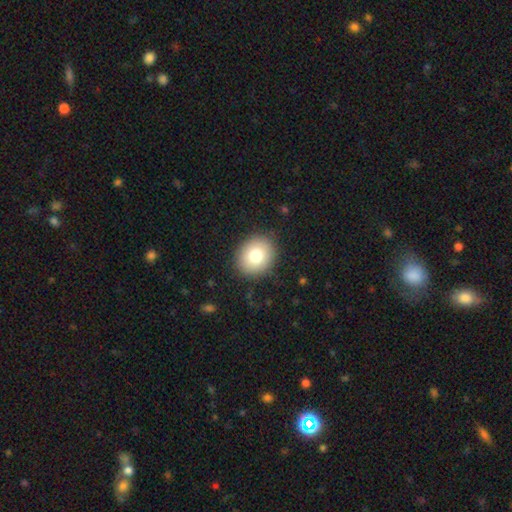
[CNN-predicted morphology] Smooth or featured? Predicted: smooth (p=0.79). How rounded? Predicted: round (p=0.67). Merging? Predicted: none (p=0.89).